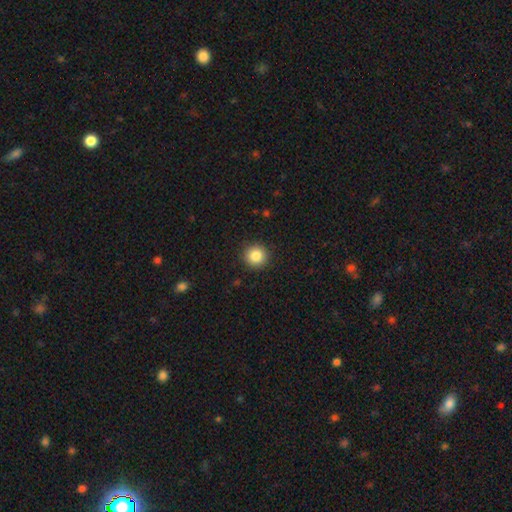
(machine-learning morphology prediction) Smooth or featured? smooth (86%)
How rounded? round (94%)
Merging? none (91%)